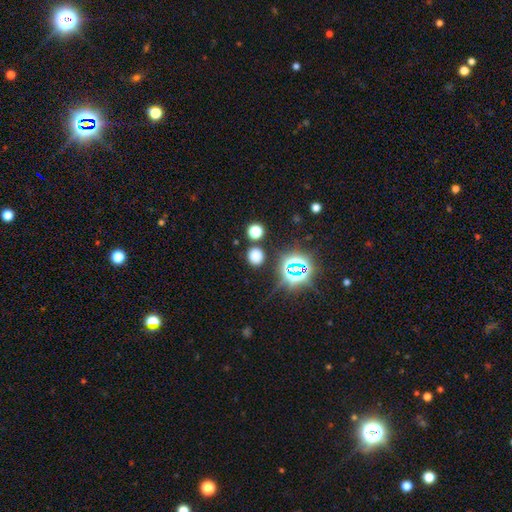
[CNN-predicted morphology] smooth 68%, star or artifact 26%, featured or disk 6%. Down the decision tree: how rounded — round (82%); merging — none (84%).